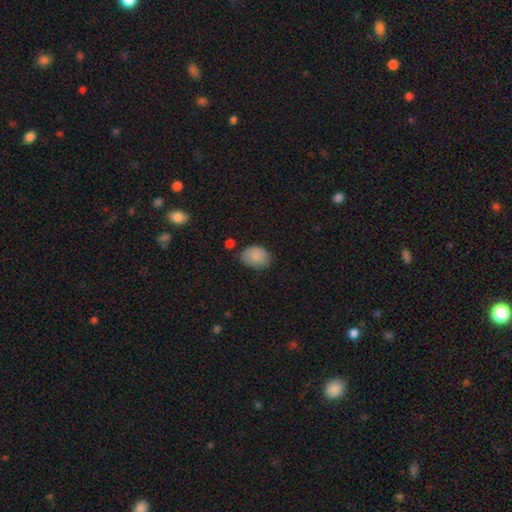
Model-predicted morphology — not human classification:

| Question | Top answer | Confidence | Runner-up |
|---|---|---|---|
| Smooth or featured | smooth | 87% | star or artifact (8%) |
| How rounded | in between | 74% | round (25%) |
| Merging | none | 65% | minor disturbance (26%) |